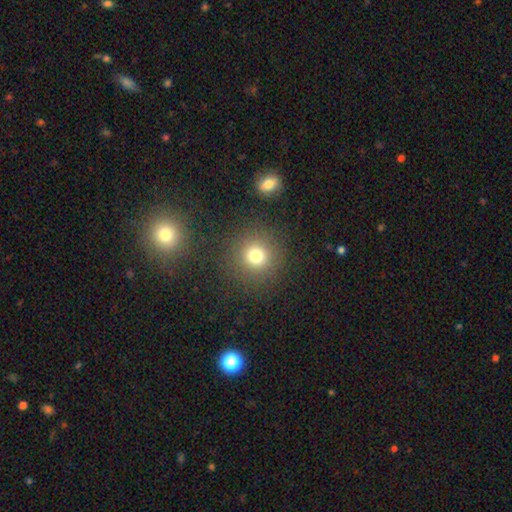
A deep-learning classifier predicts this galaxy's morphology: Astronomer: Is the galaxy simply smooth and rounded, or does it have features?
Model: smooth — 75%.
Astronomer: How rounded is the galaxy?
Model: round — 93%.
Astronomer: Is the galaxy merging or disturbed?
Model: none — 87%.